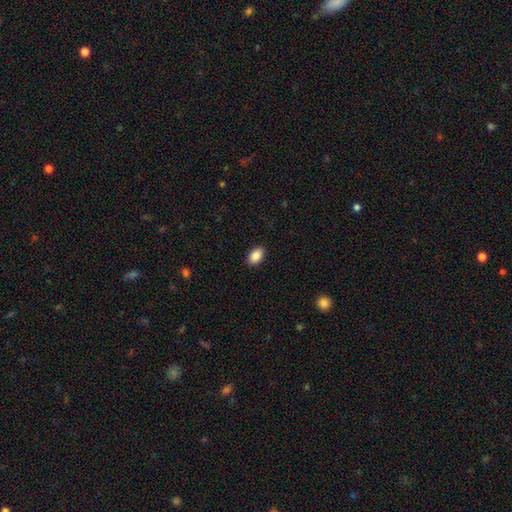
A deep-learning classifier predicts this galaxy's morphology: Smooth or featured? smooth (88%)
How rounded? in between (88%)
Merging? none (89%)